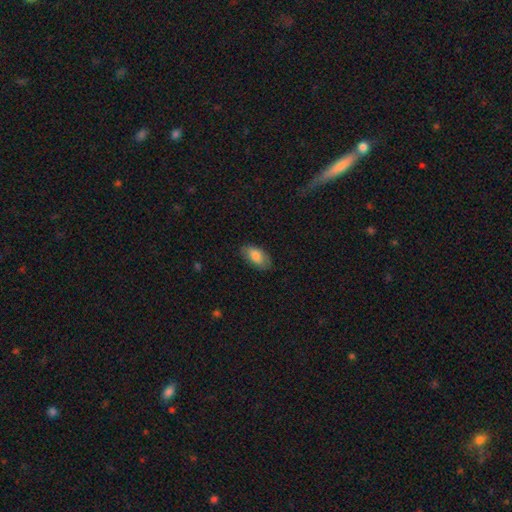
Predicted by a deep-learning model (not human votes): Smooth or featured? Predicted: smooth (p=0.82). How rounded? Predicted: in between (p=0.93). Merging? Predicted: none (p=0.79).